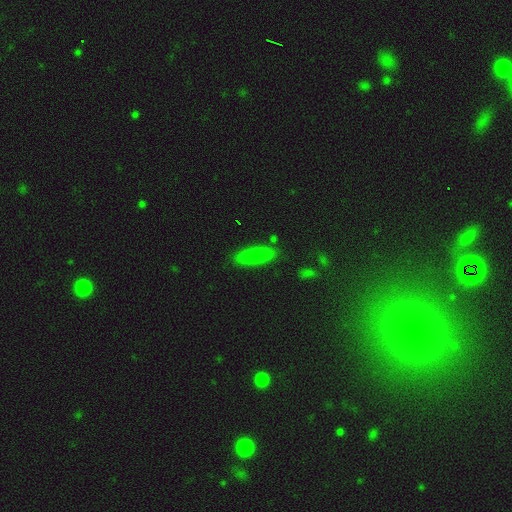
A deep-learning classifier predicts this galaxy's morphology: Smooth or featured: smooth — 78% (featured or disk — 14%)
How rounded: in between — 50% (cigar-shaped — 47%)
Merging: none — 84% (minor disturbance — 11%)